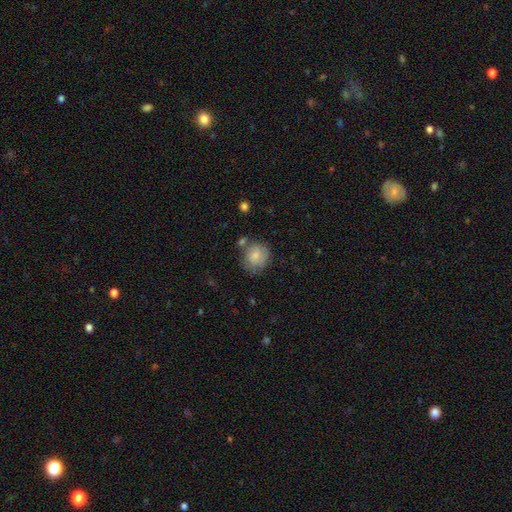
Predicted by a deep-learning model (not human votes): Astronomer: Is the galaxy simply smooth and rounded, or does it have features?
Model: smooth — 76%.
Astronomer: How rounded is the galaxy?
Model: round — 81%.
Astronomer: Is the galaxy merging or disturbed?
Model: none — 59%.